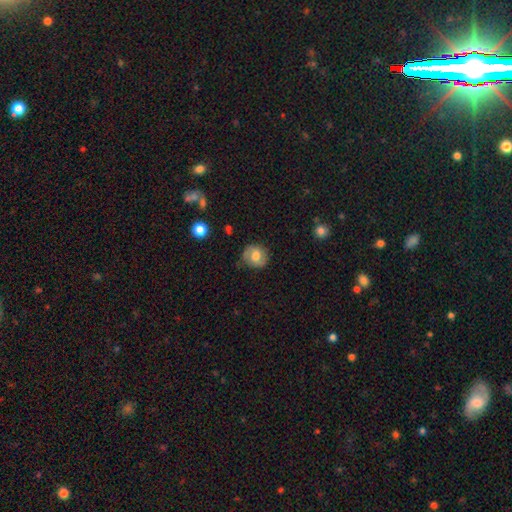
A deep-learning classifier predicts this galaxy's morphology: A smooth galaxy with no disk features (53%) that is round (76%).

Vote fractions:
- Smooth or featured? smooth: 53% / featured or disk: 39% / star or artifact: 8%
- How rounded? round: 76% / in between: 22% / cigar-shaped: 1%
- Merging? none: 76% / minor disturbance: 18% / major disturbance: 5% / merger: 1%